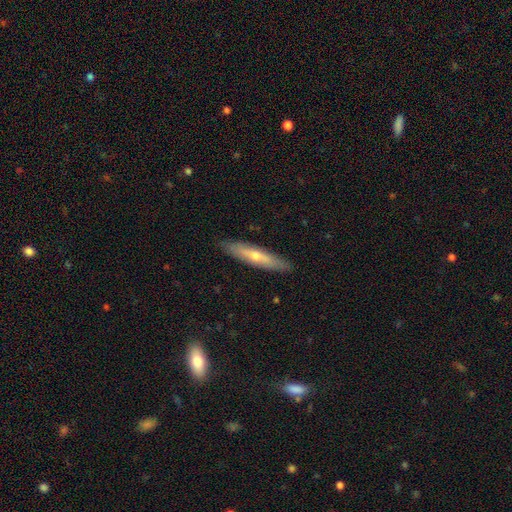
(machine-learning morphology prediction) Smooth or featured?
  - featured or disk: 50% *
  - smooth: 44%
  - star or artifact: 6%
Edge-on disk?
  - yes: 82% *
  - no: 18%
Merging?
  - none: 89% *
  - minor disturbance: 9%
  - major disturbance: 2%
  - merger: 1%